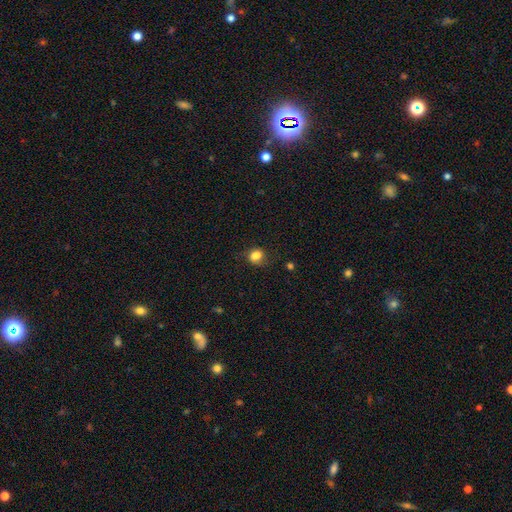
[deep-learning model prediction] A smooth galaxy with no disk features (80%) that is round (62%). Merging: none (64%).